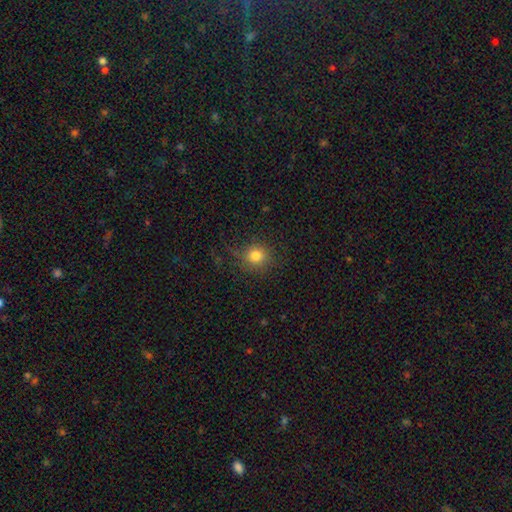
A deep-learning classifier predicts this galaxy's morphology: Smooth or featured: smooth — 78% (star or artifact — 15%)
How rounded: round — 87% (in between — 12%)
Merging: none — 81% (minor disturbance — 11%)